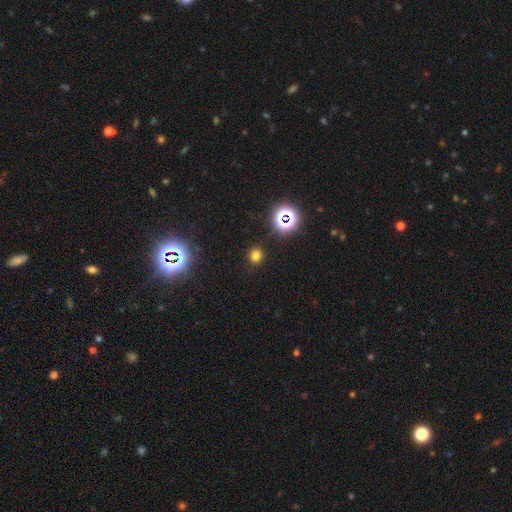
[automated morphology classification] This appears to be a smooth galaxy with no disk features (70%) that is round (88%). Merging: none (89%).